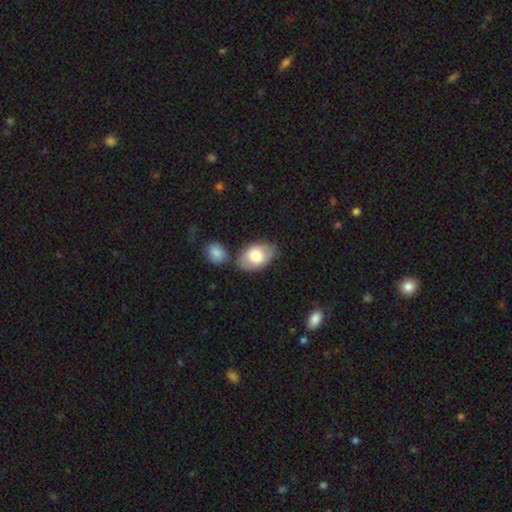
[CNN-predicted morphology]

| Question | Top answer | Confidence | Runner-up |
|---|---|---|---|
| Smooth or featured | smooth | 75% | featured or disk (20%) |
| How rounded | in between | 91% | round (7%) |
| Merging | none | 61% | minor disturbance (18%) |